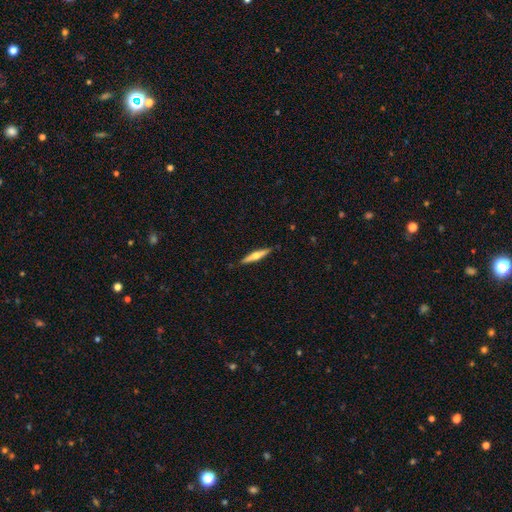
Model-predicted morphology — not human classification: Smooth or featured? featured or disk (53%)
Edge-on disk? yes (97%)
Edge-on bulge? rounded (83%)
Merging? none (89%)